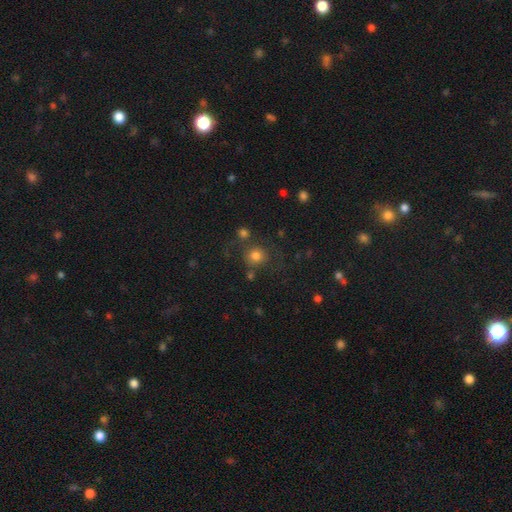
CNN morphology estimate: Q: Smooth or featured?
A: smooth (78%); runner-up: star or artifact (14%)
Q: How rounded?
A: round (85%); runner-up: in between (14%)
Q: Merging?
A: none (68%); runner-up: minor disturbance (13%)